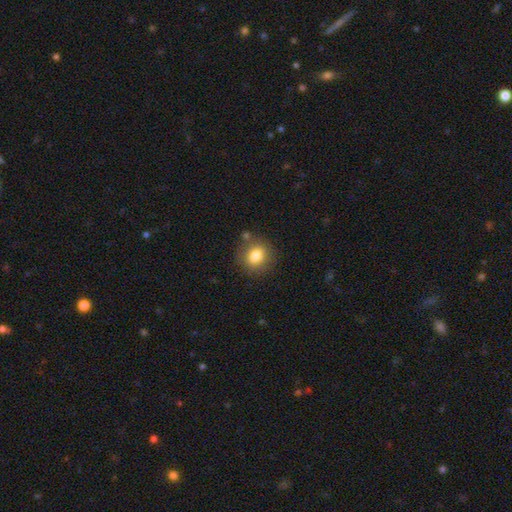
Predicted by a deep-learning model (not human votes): smooth-or-featured: smooth: 80% | star or artifact: 10% | featured or disk: 10%
  how-rounded: round: 70% | in between: 29% | cigar-shaped: 1%
  merging: none: 81% | minor disturbance: 11% | merger: 4% | major disturbance: 3%